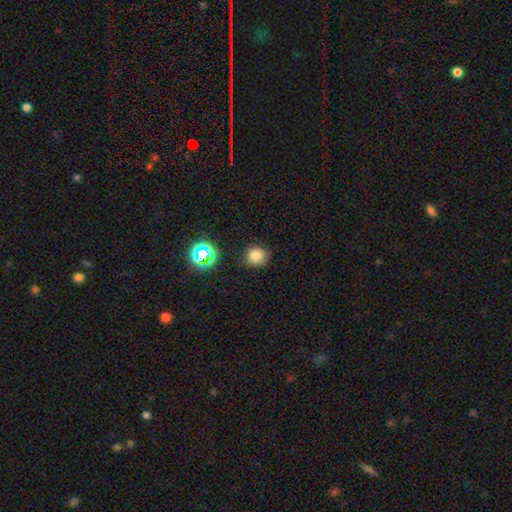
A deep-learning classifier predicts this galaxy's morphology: Smooth or featured? Predicted: smooth (p=0.78). How rounded? Predicted: round (p=0.90). Merging? Predicted: none (p=0.85).